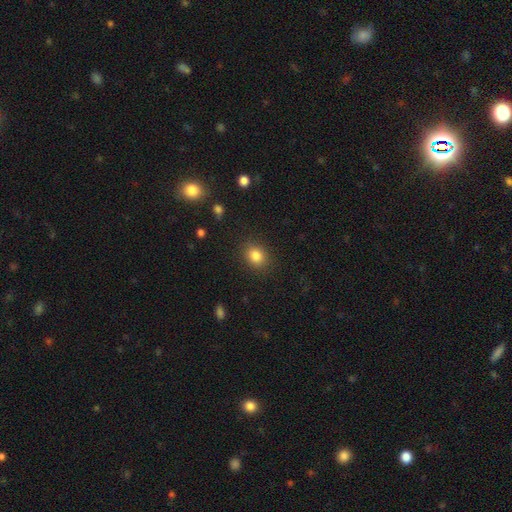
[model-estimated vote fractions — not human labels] Morphology: type=smooth (84%); roundness=round (58%); merging=none (87%).